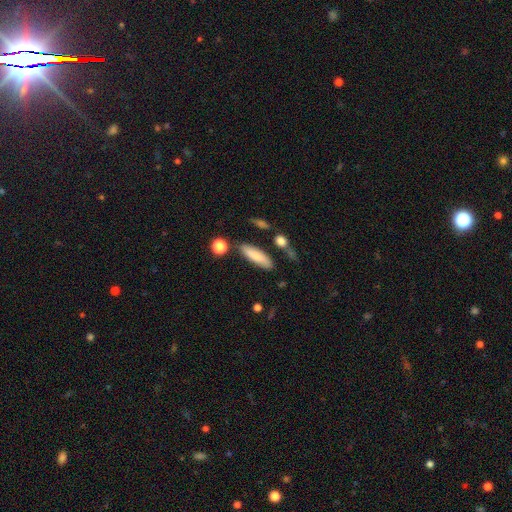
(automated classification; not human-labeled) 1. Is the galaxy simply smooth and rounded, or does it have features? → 80% smooth, 14% featured or disk, 7% star or artifact.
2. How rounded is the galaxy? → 50% cigar-shaped, 48% in between, 2% round.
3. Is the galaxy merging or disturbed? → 77% none, 14% minor disturbance, 6% merger, 4% major disturbance.